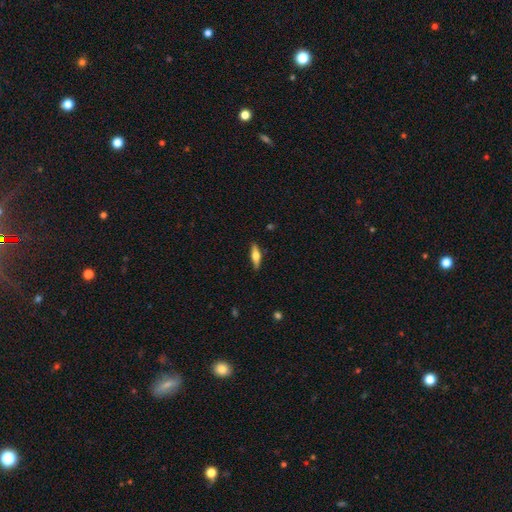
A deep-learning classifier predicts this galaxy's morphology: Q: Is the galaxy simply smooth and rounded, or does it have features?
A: featured or disk — 49%.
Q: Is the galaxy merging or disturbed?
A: none — 88%.